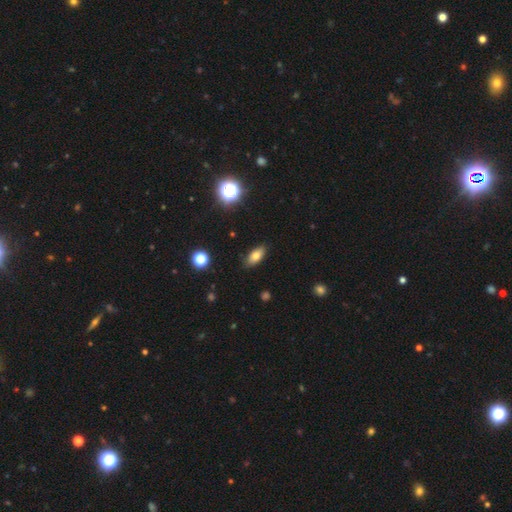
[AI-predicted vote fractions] smooth_or_featured: smooth (p=0.76) [alt: featured or disk p=0.13]
how_rounded: in between (p=0.84) [alt: cigar-shaped p=0.11]
merging: none (p=0.86) [alt: minor disturbance p=0.10]